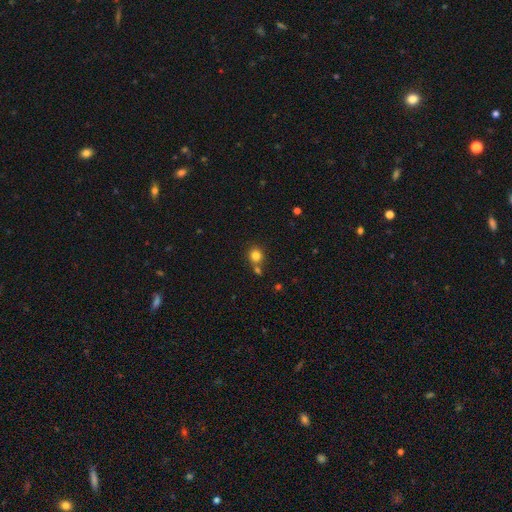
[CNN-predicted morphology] A smooth galaxy with no disk features (82%) that is round (87%).

Vote fractions:
- Smooth or featured? smooth: 82% / star or artifact: 12% / featured or disk: 6%
- How rounded? round: 87% / in between: 12% / cigar-shaped: 1%
- Merging? none: 65% / merger: 23% / minor disturbance: 9% / major disturbance: 3%